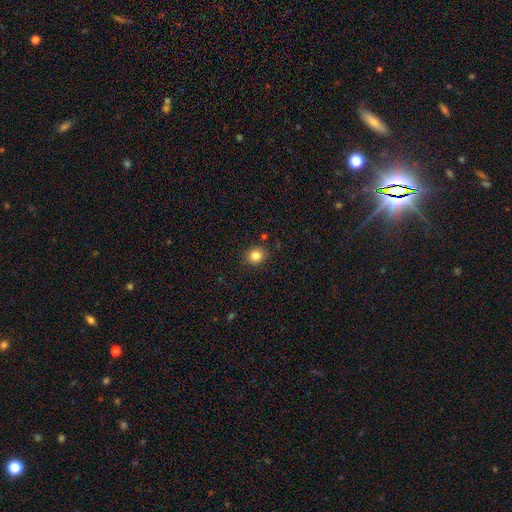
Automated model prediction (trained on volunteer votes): A smooth galaxy with no disk features (84%) that is round (79%).

Vote fractions:
- Smooth or featured? smooth: 84% / star or artifact: 11% / featured or disk: 5%
- How rounded? round: 79% / in between: 20% / cigar-shaped: 1%
- Merging? none: 88% / minor disturbance: 8% / major disturbance: 2% / merger: 2%